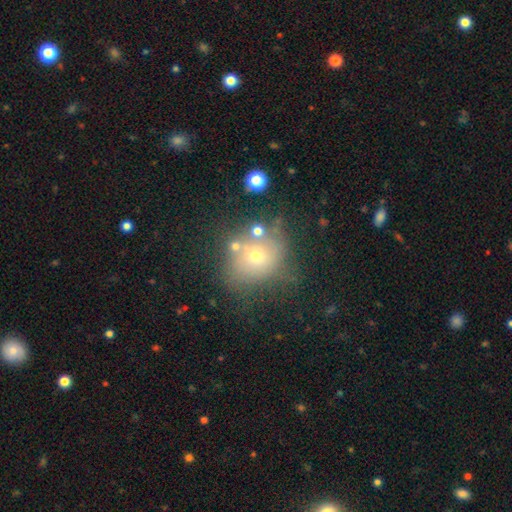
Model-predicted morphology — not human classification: The model was most divided on "smooth or featured": smooth: 59%, featured or disk: 22%, star or artifact: 20%. More confident: how rounded — round (75%); merging — none (59%).